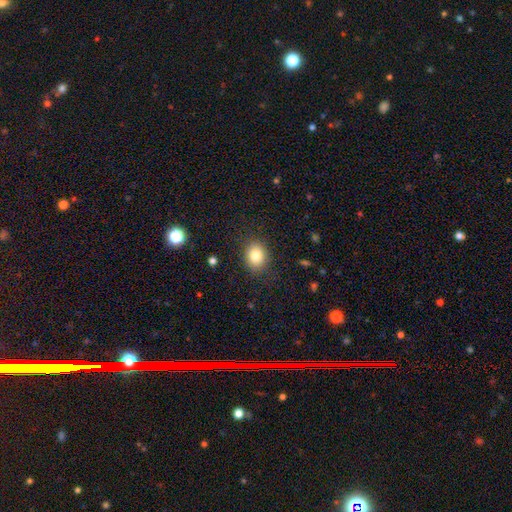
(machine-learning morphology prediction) smooth-or-featured: smooth: 81% | star or artifact: 10% | featured or disk: 8%
  how-rounded: round: 58% | in between: 41% | cigar-shaped: 1%
  merging: none: 86% | minor disturbance: 10% | major disturbance: 3% | merger: 1%